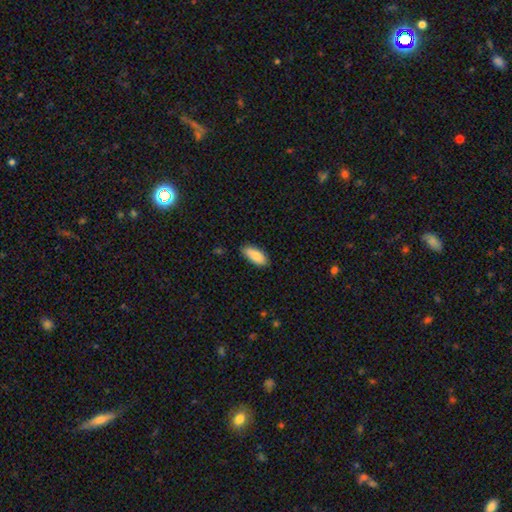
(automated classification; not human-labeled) smooth_or_featured: smooth (p=0.87) [alt: featured or disk p=0.07]
how_rounded: in between (p=0.86) [alt: cigar-shaped p=0.12]
merging: none (p=0.82) [alt: minor disturbance p=0.14]